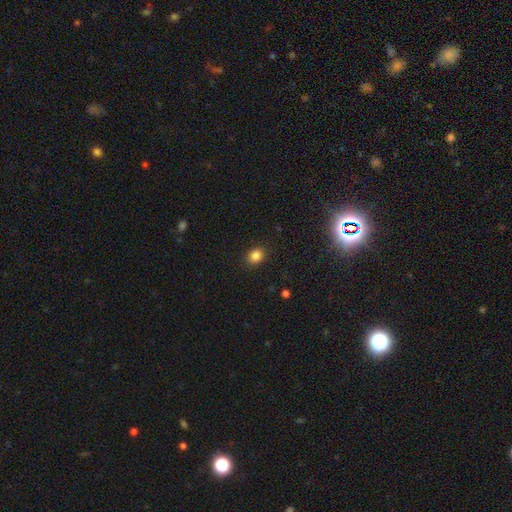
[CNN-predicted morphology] A smooth galaxy with no disk features (84%) that is round (54%).

Vote fractions:
- Smooth or featured? smooth: 84% / star or artifact: 11% / featured or disk: 4%
- How rounded? round: 54% / in between: 45% / cigar-shaped: 1%
- Merging? none: 88% / minor disturbance: 8% / major disturbance: 2% / merger: 1%